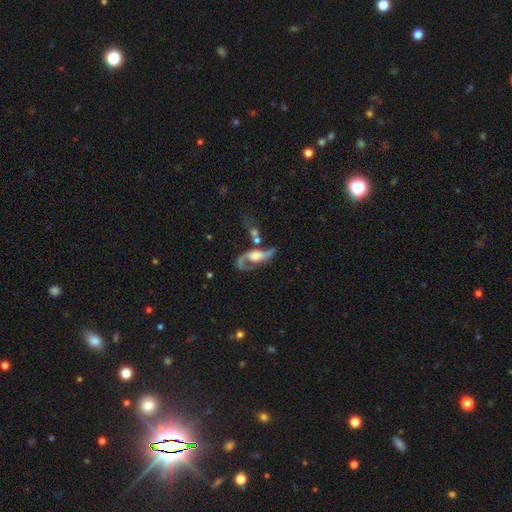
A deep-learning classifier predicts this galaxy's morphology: This appears to be a featured or disk galaxy (83%) with no bar (57%), 2 (79%) loose (54%) spiral arms (93%) and a moderate central bulge (44%). Merging: none (41%).